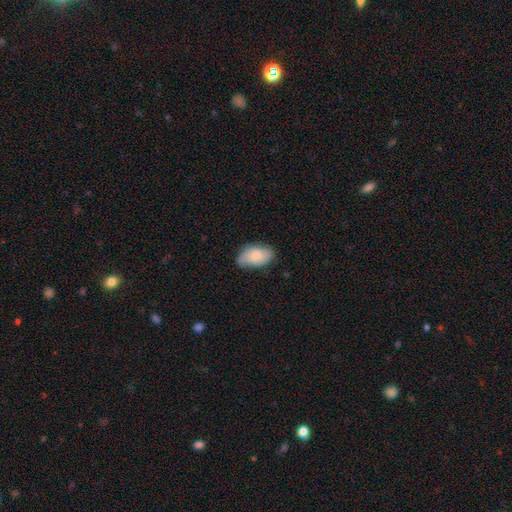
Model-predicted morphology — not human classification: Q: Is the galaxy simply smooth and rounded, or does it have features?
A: smooth — 71%.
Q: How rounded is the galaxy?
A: in between — 93%.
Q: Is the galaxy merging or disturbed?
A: none — 68%.